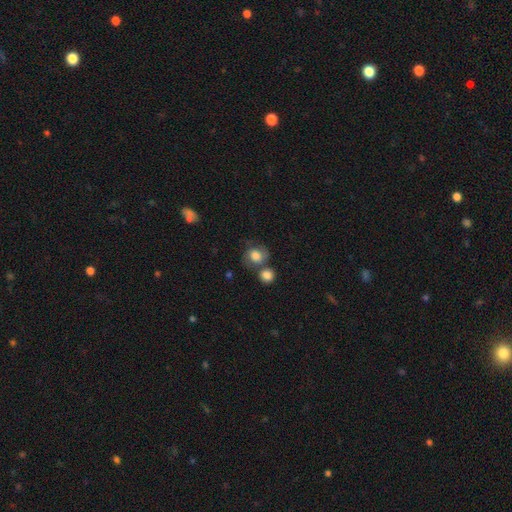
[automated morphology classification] This appears to be a smooth galaxy with no disk features (61%) that is round (71%). Merging: none (51%).